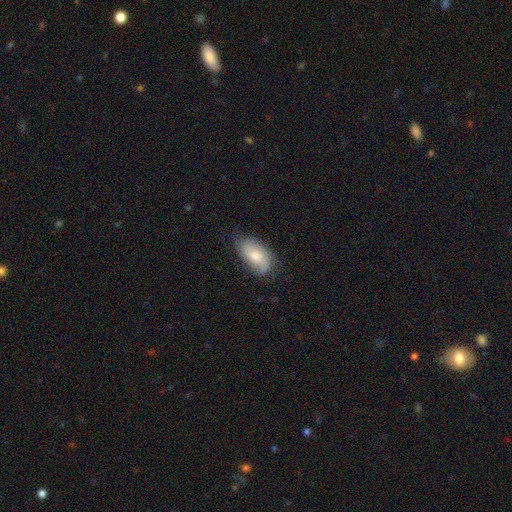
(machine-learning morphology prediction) This appears to be a smooth galaxy with no disk features (64%) that is in between round and cigar-shaped (92%). Merging: none (69%).